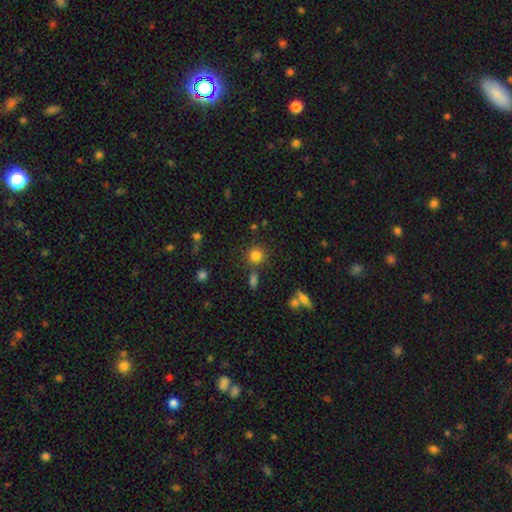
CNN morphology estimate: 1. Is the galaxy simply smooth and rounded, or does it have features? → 80% smooth, 13% star or artifact, 7% featured or disk.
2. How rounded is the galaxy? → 89% round, 10% in between, 1% cigar-shaped.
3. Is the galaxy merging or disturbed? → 76% none, 11% merger, 9% minor disturbance, 4% major disturbance.